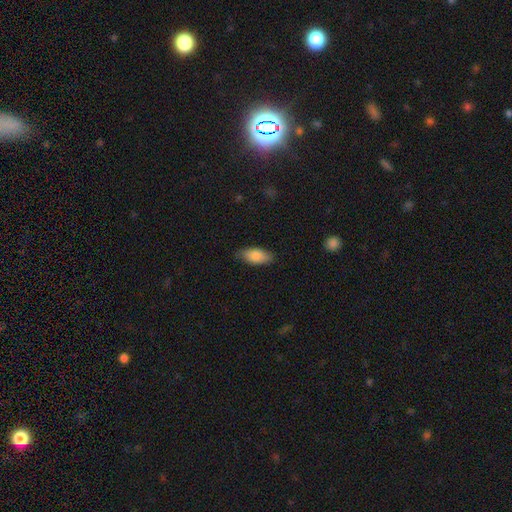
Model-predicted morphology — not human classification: Smooth or featured? Predicted: smooth (p=0.82). How rounded? Predicted: in between (p=0.88). Merging? Predicted: none (p=0.79).